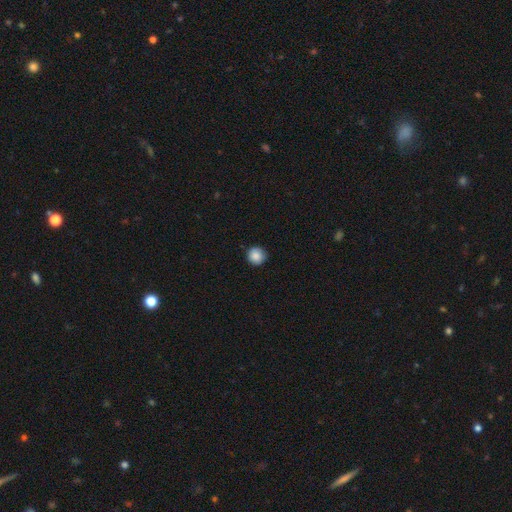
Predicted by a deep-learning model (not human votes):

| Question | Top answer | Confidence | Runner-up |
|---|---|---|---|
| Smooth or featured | smooth | 87% | star or artifact (9%) |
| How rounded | round | 95% | in between (5%) |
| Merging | none | 86% | minor disturbance (11%) |